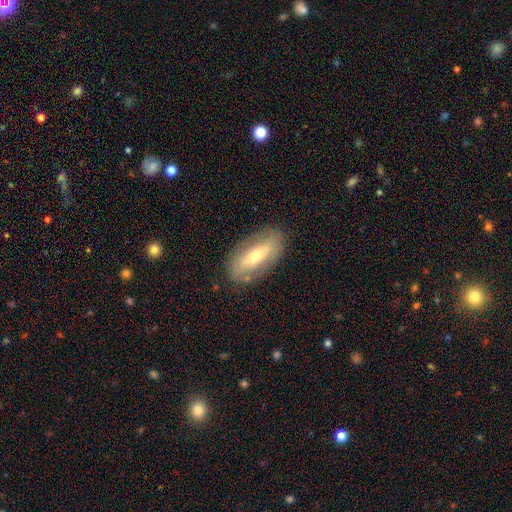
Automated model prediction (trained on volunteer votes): smooth_or_featured: featured or disk (p=0.56) [alt: smooth p=0.37]
disk_edge_on: no (p=0.77) [alt: yes p=0.23]
merging: none (p=0.81) [alt: minor disturbance p=0.13]